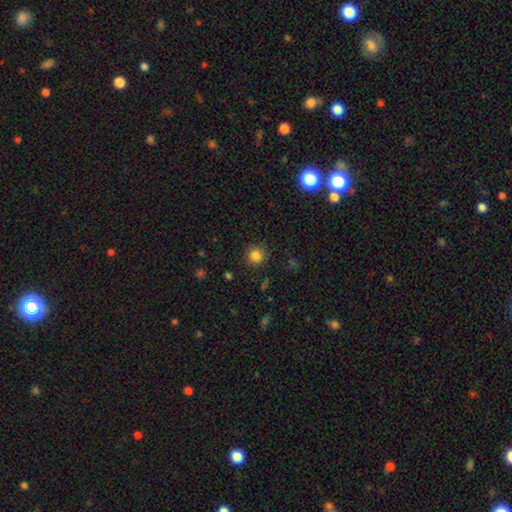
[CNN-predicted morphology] This appears to be a smooth galaxy with no disk features (83%) that is round (93%). Merging: none (89%).